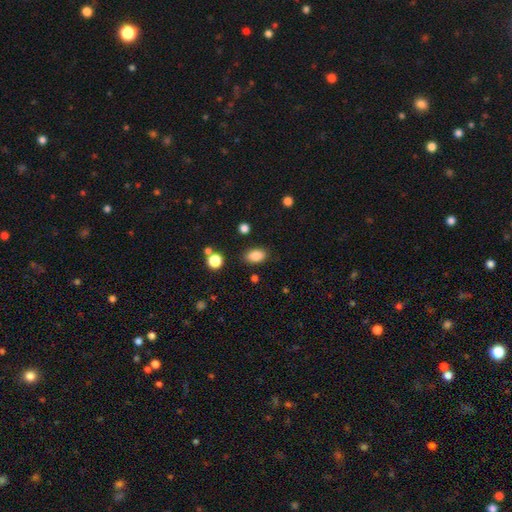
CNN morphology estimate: This appears to be a smooth galaxy with no disk features (86%) that is in between round and cigar-shaped (87%). Merging: none (85%).